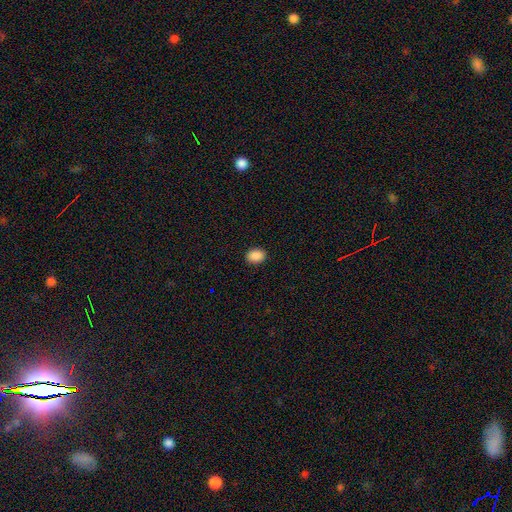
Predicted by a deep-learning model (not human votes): A smooth galaxy with no disk features (90%) that is in between round and cigar-shaped (68%). Merging: none (91%).